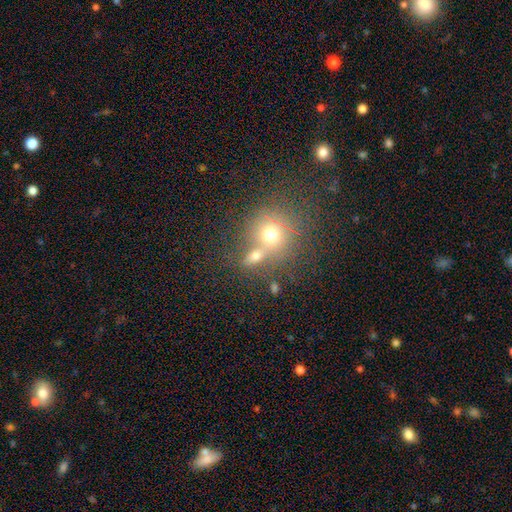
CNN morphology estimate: Smooth or featured?
  - smooth: 65% *
  - star or artifact: 19%
  - featured or disk: 16%
How rounded?
  - round: 52% *
  - in between: 43%
  - cigar-shaped: 4%
Merging?
  - merger: 49% *
  - none: 38%
  - minor disturbance: 8%
  - major disturbance: 5%